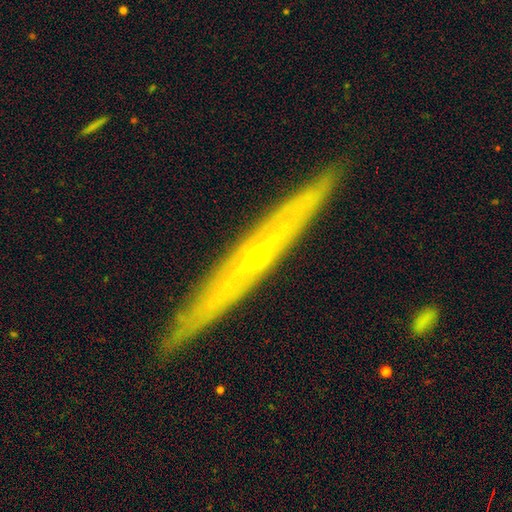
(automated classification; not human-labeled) Smooth or featured?
  - featured or disk: 75% *
  - smooth: 19%
  - star or artifact: 6%
Edge-on disk?
  - yes: 93% *
  - no: 7%
Edge-on bulge?
  - rounded: 69% *
  - none: 29%
  - boxy: 2%
Merging?
  - none: 91% *
  - minor disturbance: 7%
  - major disturbance: 1%
  - merger: 1%